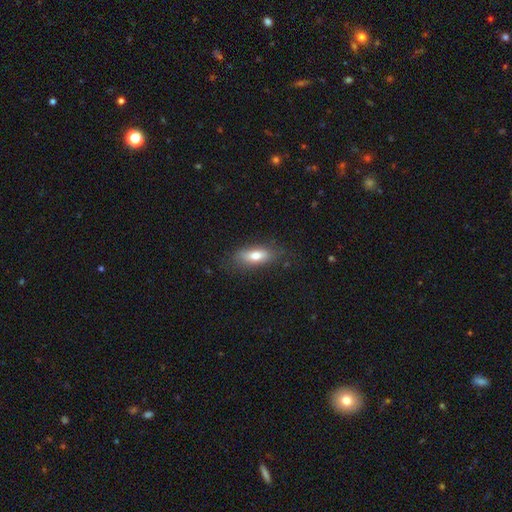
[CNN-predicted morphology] Smooth or featured: smooth — 73% (featured or disk — 20%)
How rounded: in between — 73% (cigar-shaped — 24%)
Merging: none — 77% (minor disturbance — 17%)